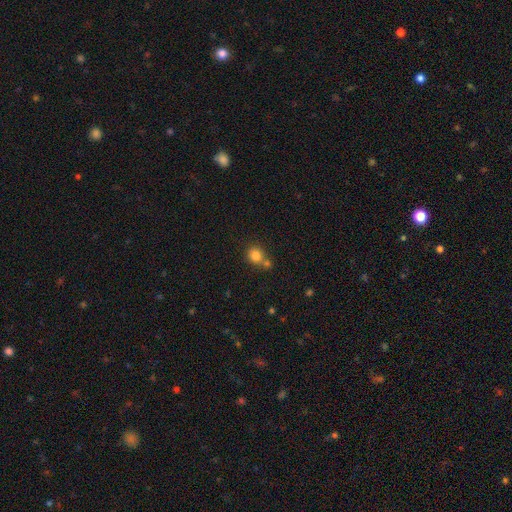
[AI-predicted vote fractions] Smooth or featured: smooth — 82% (star or artifact — 11%)
How rounded: round — 82% (in between — 17%)
Merging: none — 53% (merger — 34%)